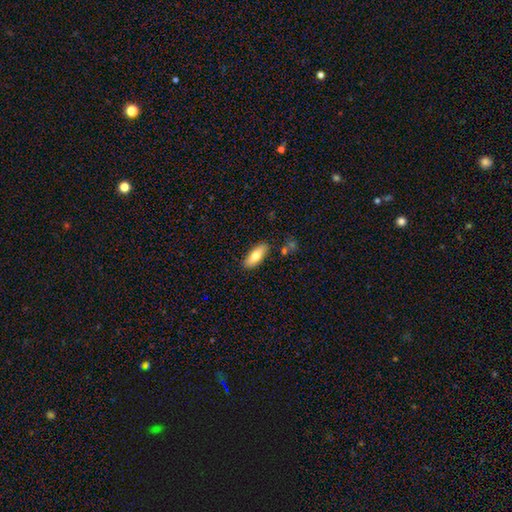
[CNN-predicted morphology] Q: Smooth or featured?
A: smooth (73%); runner-up: featured or disk (21%)
Q: How rounded?
A: in between (72%); runner-up: cigar-shaped (26%)
Q: Merging?
A: none (83%); runner-up: minor disturbance (12%)